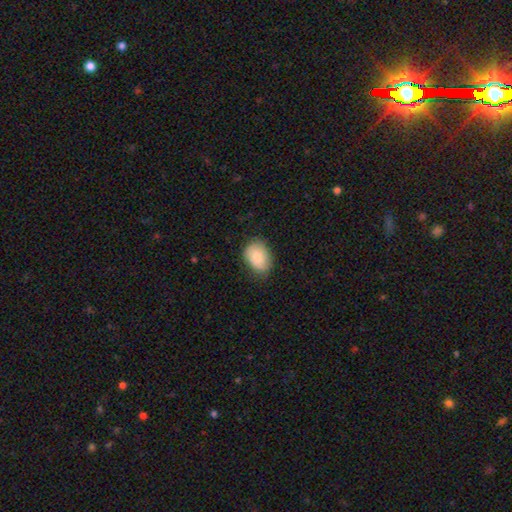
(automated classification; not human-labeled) Morphology: type=smooth (84%); roundness=in between (78%); merging=none (70%).